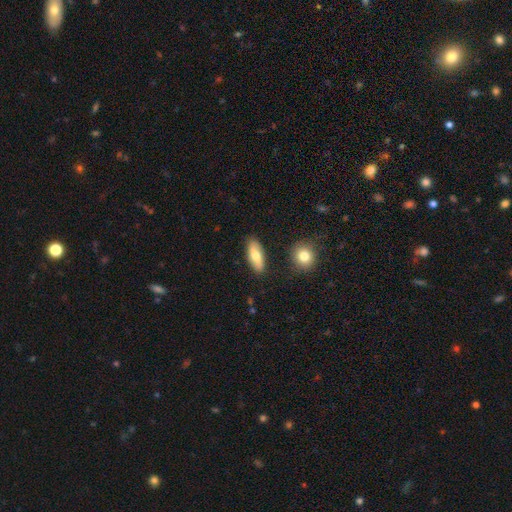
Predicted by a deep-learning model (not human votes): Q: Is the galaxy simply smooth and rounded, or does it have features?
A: smooth — 69%.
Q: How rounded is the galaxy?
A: in between — 73%.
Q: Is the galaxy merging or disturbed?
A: none — 86%.